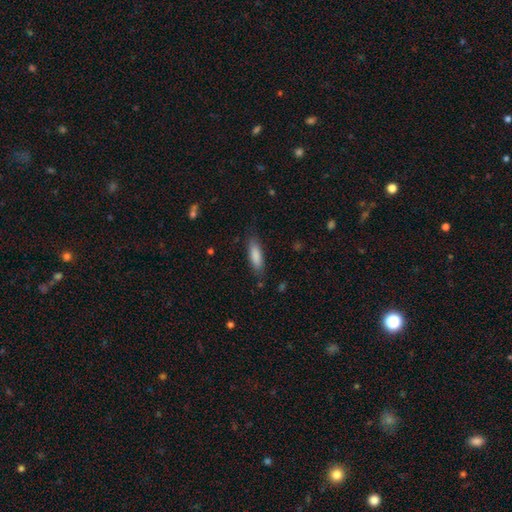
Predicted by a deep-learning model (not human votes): smooth-or-featured: smooth: 86% | featured or disk: 8% | star or artifact: 6%
  how-rounded: cigar-shaped: 50% | in between: 48% | round: 2%
  merging: none: 82% | minor disturbance: 14% | major disturbance: 3% | merger: 1%